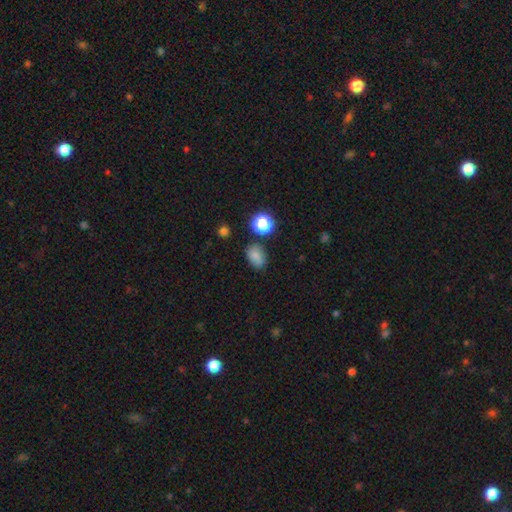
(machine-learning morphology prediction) Smooth or featured?
  - smooth: 77% *
  - star or artifact: 15%
  - featured or disk: 8%
How rounded?
  - in between: 71% *
  - round: 28%
  - cigar-shaped: 1%
Merging?
  - none: 72% *
  - minor disturbance: 19%
  - major disturbance: 5%
  - merger: 4%